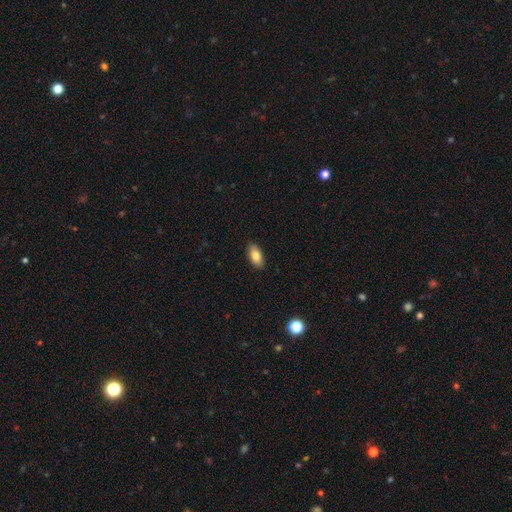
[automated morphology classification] Smooth or featured? smooth (84%)
How rounded? in between (92%)
Merging? none (89%)